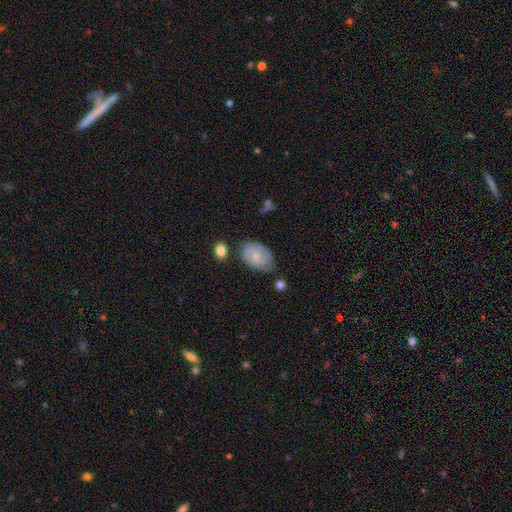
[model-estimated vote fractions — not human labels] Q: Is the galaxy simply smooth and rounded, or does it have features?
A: smooth — 53%.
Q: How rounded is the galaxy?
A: in between — 81%.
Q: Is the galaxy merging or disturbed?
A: none — 66%.